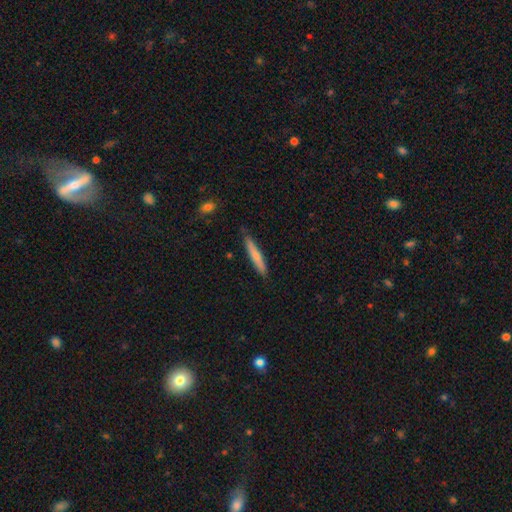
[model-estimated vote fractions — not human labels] The model was most divided on "smooth or featured": smooth: 69%, featured or disk: 26%, star or artifact: 6%. More confident: how rounded — cigar-shaped (93%); merging — none (84%).